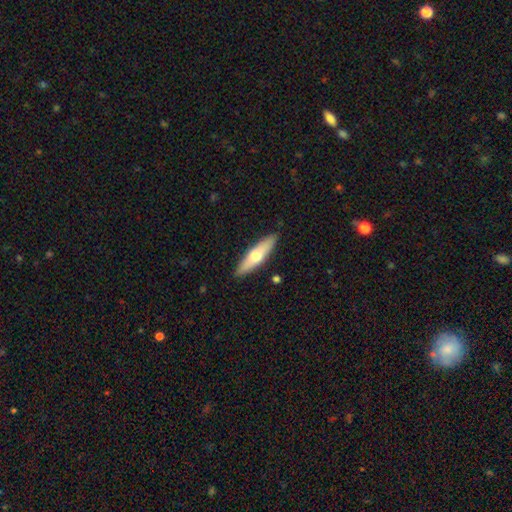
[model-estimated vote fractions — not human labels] The model was most divided on "smooth or featured": smooth: 53%, featured or disk: 42%, star or artifact: 5%. More confident: merging — none (89%); how rounded — cigar-shaped (67%).